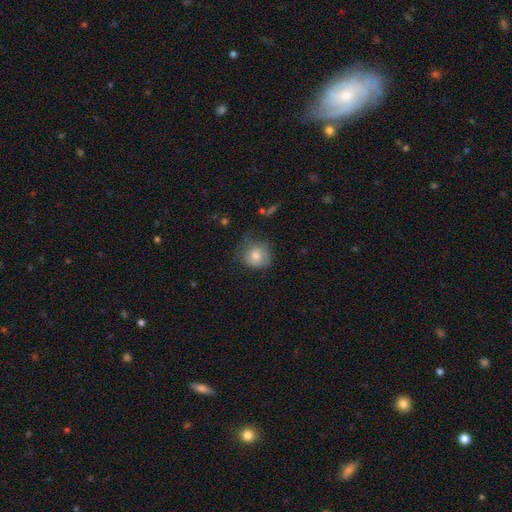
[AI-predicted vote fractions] A smooth galaxy with no disk features (71%) that is round (78%). Merging: none (56%).